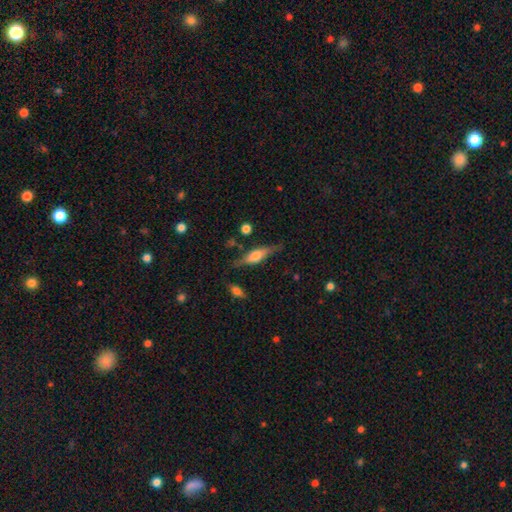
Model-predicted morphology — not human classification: This appears to be a featured or disk galaxy (51%) viewed edge-on (89%). Merging: none (72%).